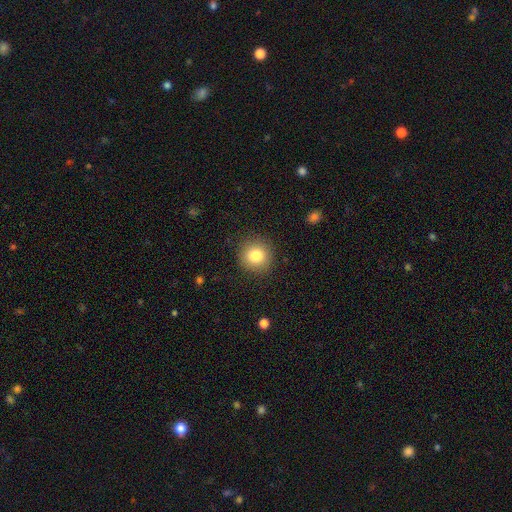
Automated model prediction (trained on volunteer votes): Smooth or featured? Predicted: smooth (p=0.82). How rounded? Predicted: round (p=0.93). Merging? Predicted: none (p=0.89).